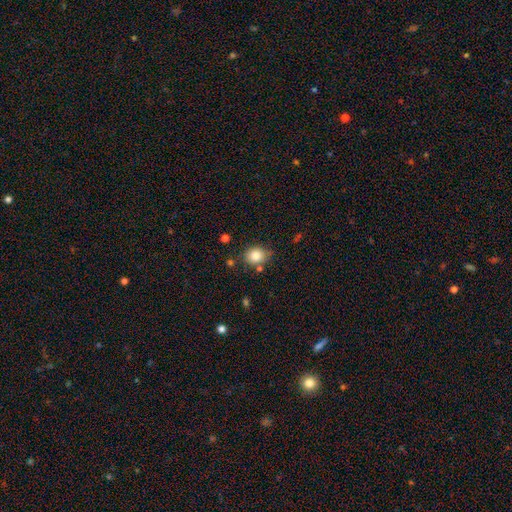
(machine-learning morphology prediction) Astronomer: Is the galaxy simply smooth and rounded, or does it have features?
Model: smooth — 82%.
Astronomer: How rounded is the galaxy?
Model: round — 61% (runner-up: in between, 38%).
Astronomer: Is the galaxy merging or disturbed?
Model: none — 73%.